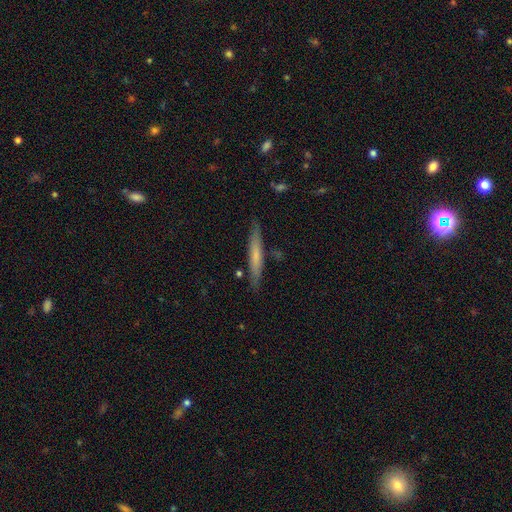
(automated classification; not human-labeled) This appears to be a smooth galaxy with no disk features (56%) that is cigar-shaped (95%). Merging: none (86%).